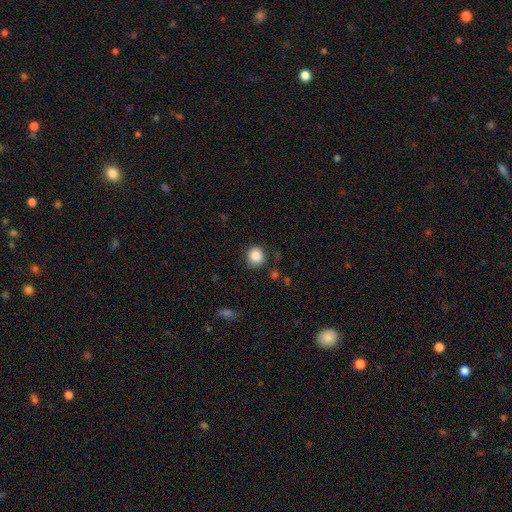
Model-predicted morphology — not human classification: type=smooth (87%); roundness=round (87%); merging=none (84%).